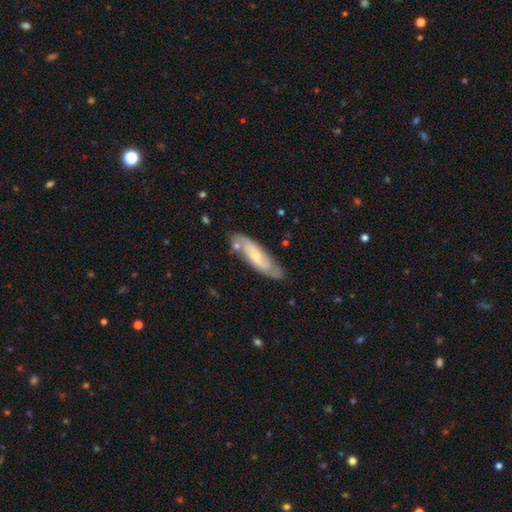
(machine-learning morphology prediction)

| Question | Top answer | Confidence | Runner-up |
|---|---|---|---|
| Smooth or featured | featured or disk | 67% | smooth (27%) |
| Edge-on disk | no | 80% | yes (20%) |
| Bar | no | 55% | weak (35%) |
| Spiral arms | yes | 89% | no (11%) |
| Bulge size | small | 62% | moderate (32%) |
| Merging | none | 73% | minor disturbance (17%) |